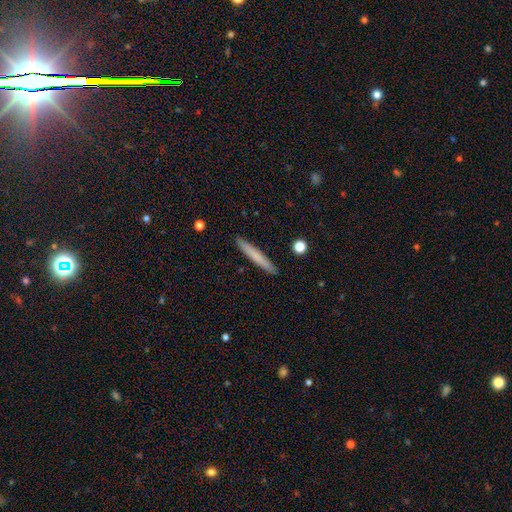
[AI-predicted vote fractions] The model was most divided on "smooth or featured": smooth: 69%, featured or disk: 26%, star or artifact: 6%. More confident: how rounded — cigar-shaped (96%); merging — none (92%).